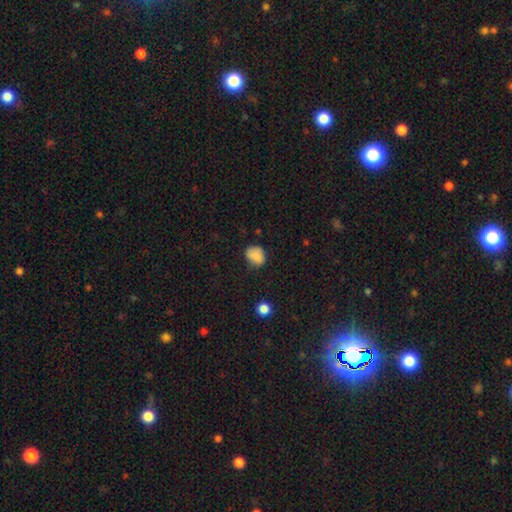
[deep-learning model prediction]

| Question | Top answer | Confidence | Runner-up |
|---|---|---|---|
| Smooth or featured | smooth | 84% | star or artifact (10%) |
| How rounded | round | 54% | in between (45%) |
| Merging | none | 67% | minor disturbance (25%) |